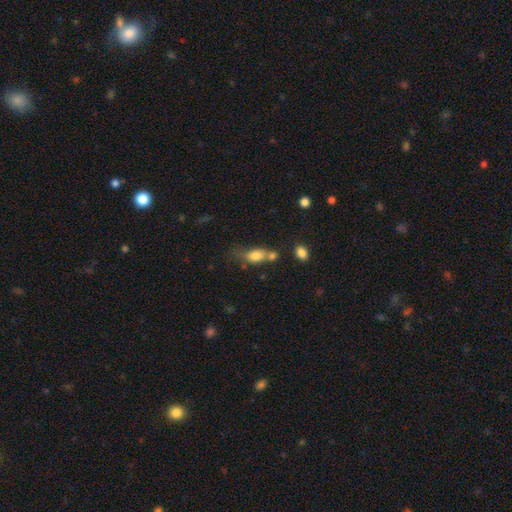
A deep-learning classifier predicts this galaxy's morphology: type=smooth (76%); roundness=in between (75%); merging=merger (37%).